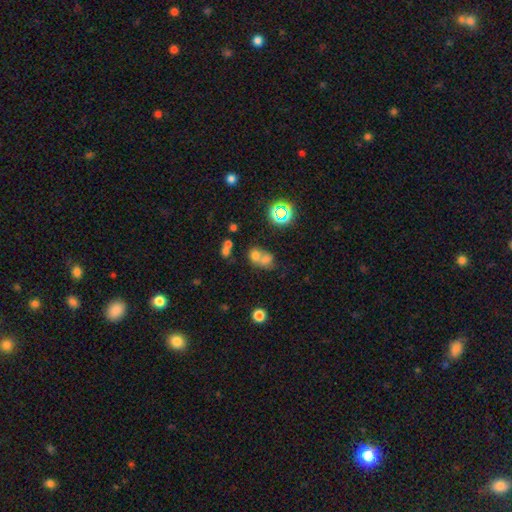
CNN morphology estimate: Smooth or featured? Predicted: smooth (p=0.62). How rounded? Predicted: round (p=0.62). Merging? Predicted: merger (p=0.61).